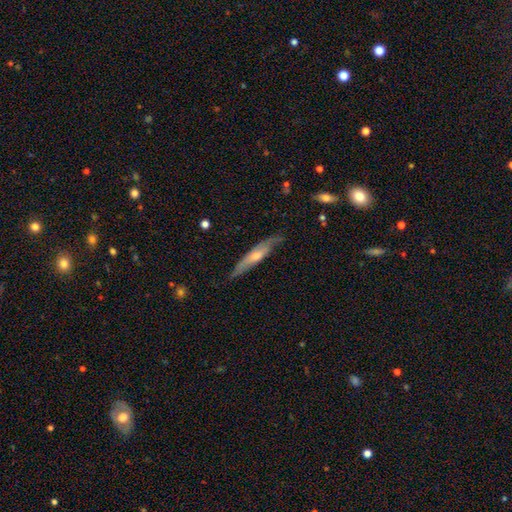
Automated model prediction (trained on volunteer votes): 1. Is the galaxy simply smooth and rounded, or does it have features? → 59% featured or disk, 35% smooth, 6% star or artifact.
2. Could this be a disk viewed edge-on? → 72% yes, 28% no.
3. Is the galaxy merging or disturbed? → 74% none, 20% minor disturbance, 5% major disturbance, 2% merger.